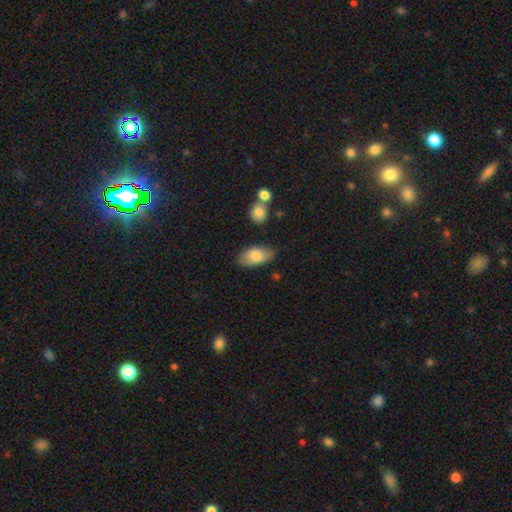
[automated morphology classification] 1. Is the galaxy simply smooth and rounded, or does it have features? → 79% smooth, 15% featured or disk, 6% star or artifact.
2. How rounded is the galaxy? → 94% in between, 3% round, 3% cigar-shaped.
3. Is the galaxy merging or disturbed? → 75% none, 18% minor disturbance, 3% major disturbance, 3% merger.